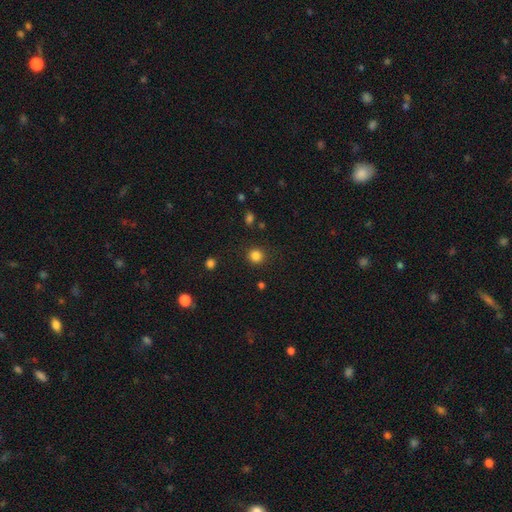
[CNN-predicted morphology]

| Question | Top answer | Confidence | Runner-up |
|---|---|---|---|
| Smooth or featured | smooth | 83% | star or artifact (13%) |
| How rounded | round | 91% | in between (8%) |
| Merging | none | 88% | minor disturbance (7%) |